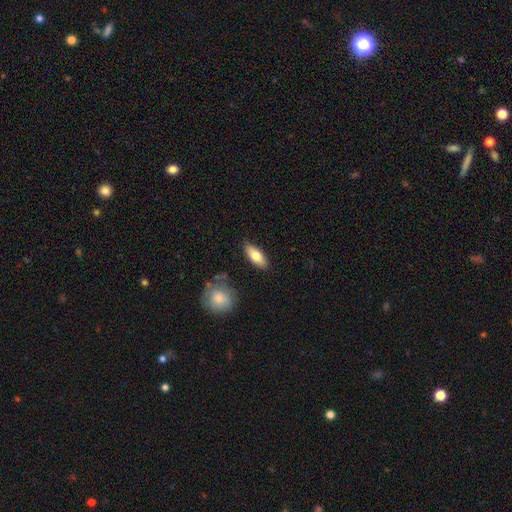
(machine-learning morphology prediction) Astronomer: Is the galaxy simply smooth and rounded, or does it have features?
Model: smooth — 72%.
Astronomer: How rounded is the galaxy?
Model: in between — 78%.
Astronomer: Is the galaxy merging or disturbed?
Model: none — 85%.